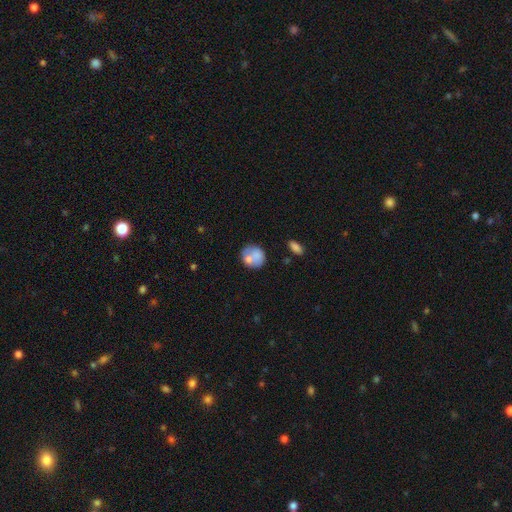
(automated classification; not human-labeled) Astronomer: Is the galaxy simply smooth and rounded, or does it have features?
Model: smooth — 69%.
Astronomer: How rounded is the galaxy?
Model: round — 81%.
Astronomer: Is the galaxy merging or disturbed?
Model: none — 52%.